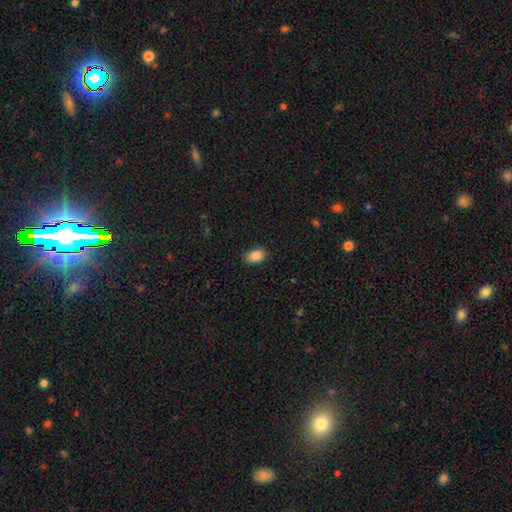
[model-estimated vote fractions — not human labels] Smooth or featured? smooth (87%)
How rounded? in between (88%)
Merging? none (88%)